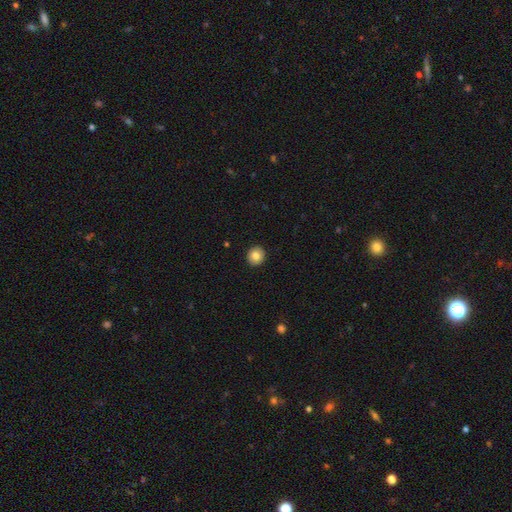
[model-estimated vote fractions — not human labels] Smooth or featured?
  - smooth: 81% *
  - featured or disk: 11%
  - star or artifact: 9%
How rounded?
  - round: 87% *
  - in between: 12%
  - cigar-shaped: 1%
Merging?
  - none: 92% *
  - minor disturbance: 5%
  - major disturbance: 1%
  - merger: 1%